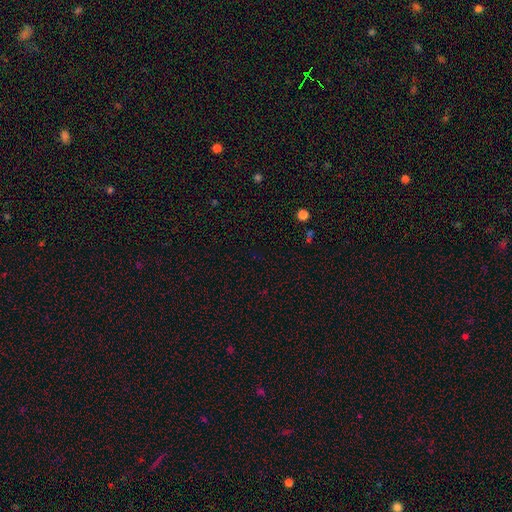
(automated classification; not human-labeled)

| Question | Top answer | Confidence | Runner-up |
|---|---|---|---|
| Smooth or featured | star or artifact | 63% | smooth (30%) |